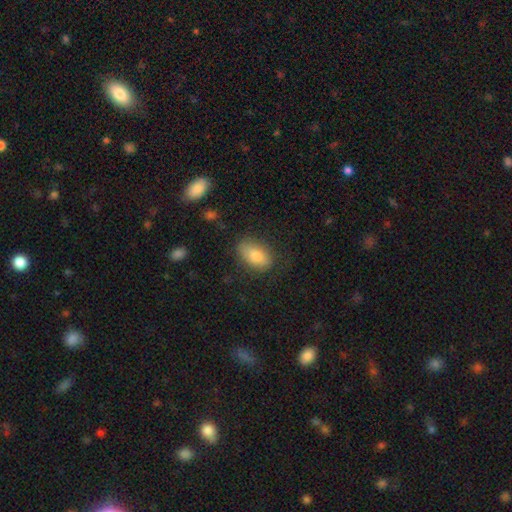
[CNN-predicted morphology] This is clearly a smooth galaxy (83%). How rounded: clearly in between (91%). Merging: likely none (73%).